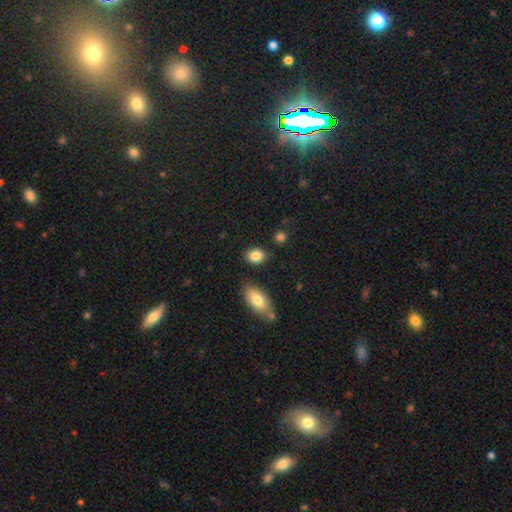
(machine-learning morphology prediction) smooth-or-featured: smooth: 86% | star or artifact: 8% | featured or disk: 6%
  how-rounded: in between: 66% | round: 32% | cigar-shaped: 2%
  merging: none: 81% | minor disturbance: 12% | merger: 4% | major disturbance: 3%